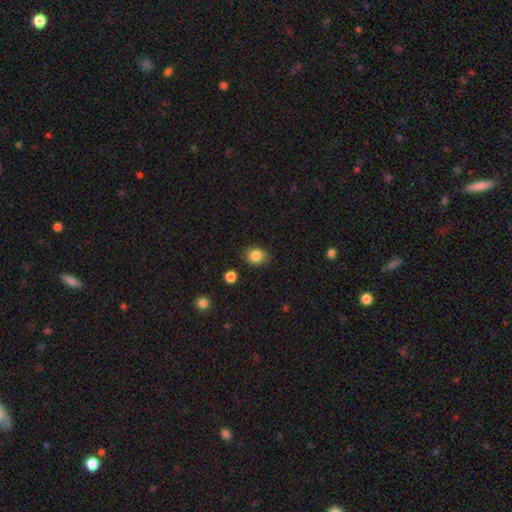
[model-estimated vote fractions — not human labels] Smooth or featured? smooth (85%)
How rounded? round (50%)
Merging? none (82%)